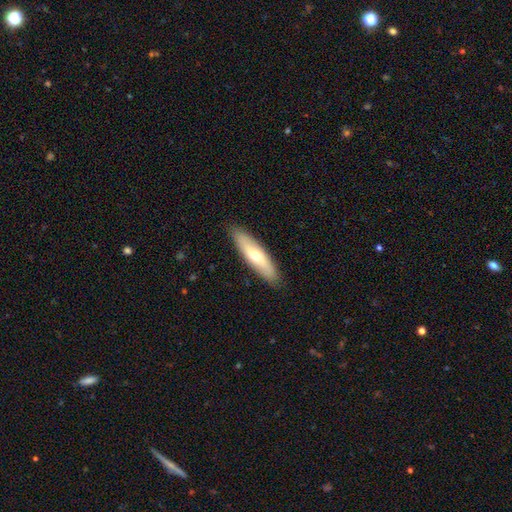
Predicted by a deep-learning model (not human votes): Smooth or featured? Predicted: smooth (p=0.54). How rounded? Predicted: cigar-shaped (p=0.68). Merging? Predicted: none (p=0.89).